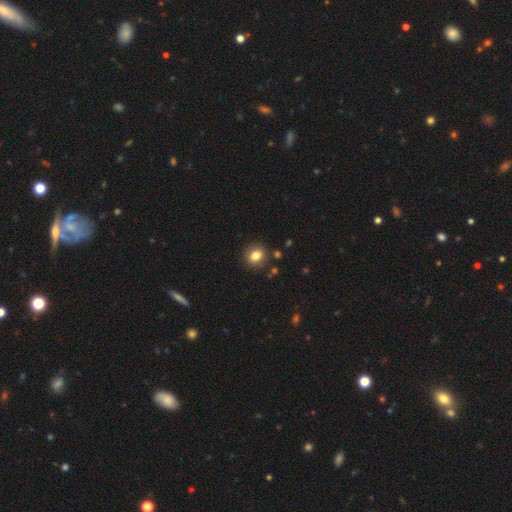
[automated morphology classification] This is clearly a smooth galaxy (81%). How rounded: likely round (69%). Merging: clearly none (87%).